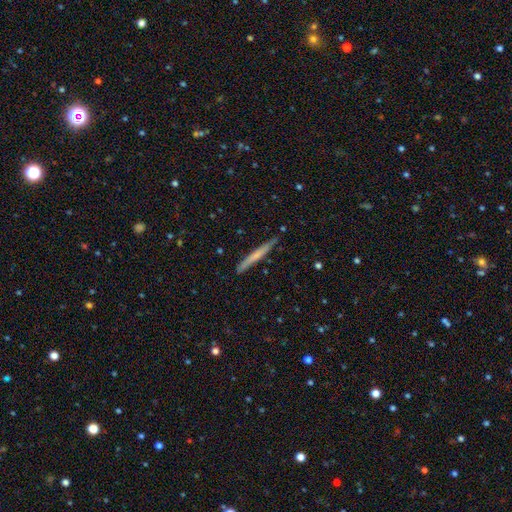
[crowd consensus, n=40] Smooth or featured?
  - smooth: 57% *
  - featured or disk: 40%
  - star or artifact: 2%
How rounded?
  - cigar-shaped: 91% *
  - round: 4%
  - in between: 4%
Merging?
  - none: 79% *
  - minor disturbance: 13%
  - major disturbance: 8%
  - merger: 0%